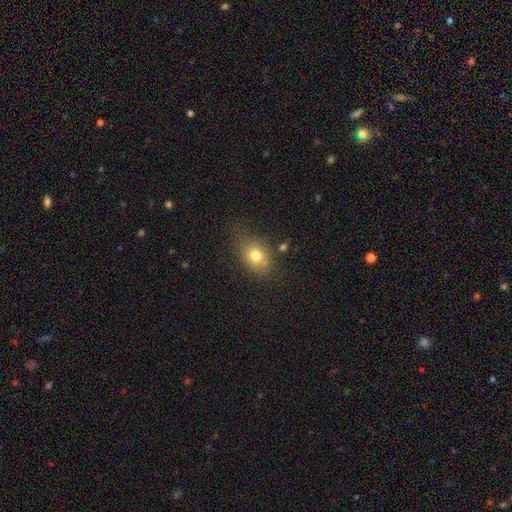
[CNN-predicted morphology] Overall: smooth (76%). How rounded: in between (66%; round 32%). Merging: none (63%; minor disturbance 24%).